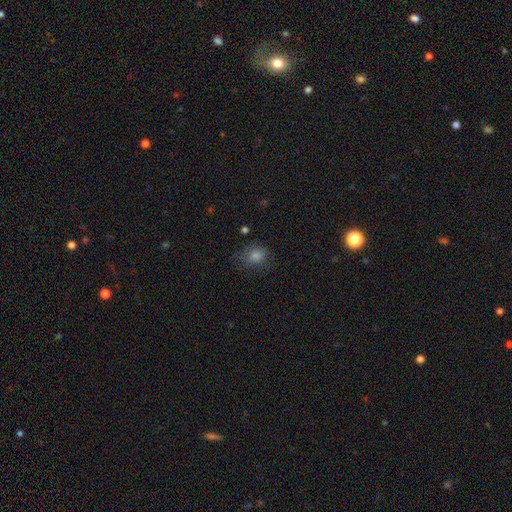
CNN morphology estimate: A smooth galaxy with no disk features (72%) that is round (57%). Merging: none (69%).